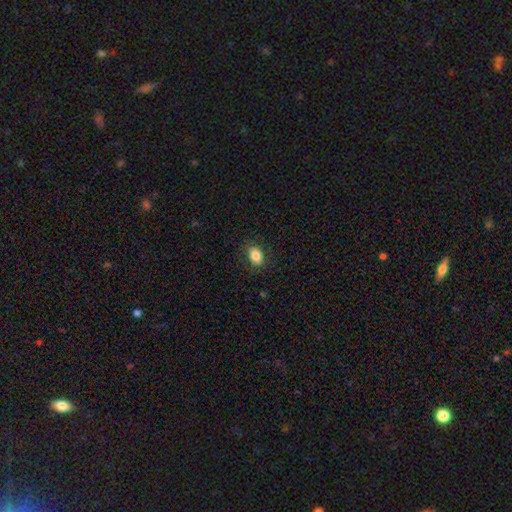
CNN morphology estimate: This is clearly a smooth galaxy (83%). How rounded: likely in between (79%). Merging: clearly none (84%).